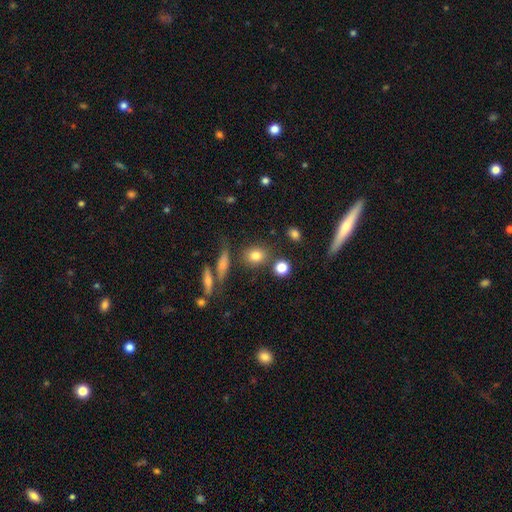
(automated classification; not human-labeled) This appears to be a smooth galaxy with no disk features (79%) that is round (64%). Merging: none (74%).